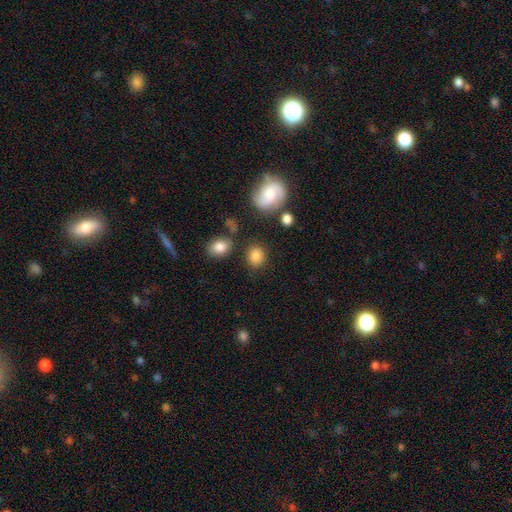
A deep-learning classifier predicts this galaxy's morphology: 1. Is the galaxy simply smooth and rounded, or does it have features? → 85% smooth, 8% star or artifact, 7% featured or disk.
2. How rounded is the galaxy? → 72% round, 26% in between, 1% cigar-shaped.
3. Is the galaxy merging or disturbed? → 80% none, 11% minor disturbance, 5% merger, 4% major disturbance.